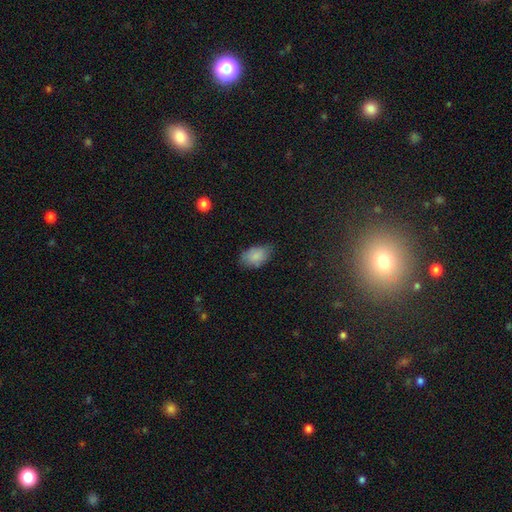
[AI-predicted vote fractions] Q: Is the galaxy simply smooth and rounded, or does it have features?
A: smooth — 84%.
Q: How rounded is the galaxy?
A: in between — 89%.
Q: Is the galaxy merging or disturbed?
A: none — 60%.